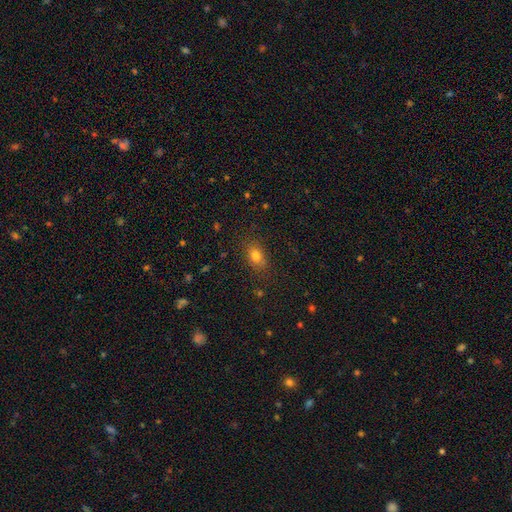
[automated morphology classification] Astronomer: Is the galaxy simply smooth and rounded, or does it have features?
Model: smooth — 77%.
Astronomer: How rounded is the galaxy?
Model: in between — 69%.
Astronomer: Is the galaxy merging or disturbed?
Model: none — 81%.